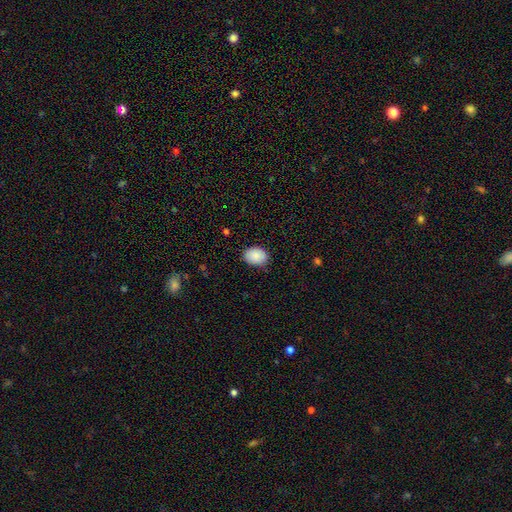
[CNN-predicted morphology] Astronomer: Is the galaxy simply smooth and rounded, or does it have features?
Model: smooth — 89%.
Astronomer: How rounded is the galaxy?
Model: in between — 73%.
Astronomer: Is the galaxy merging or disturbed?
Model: none — 85%.